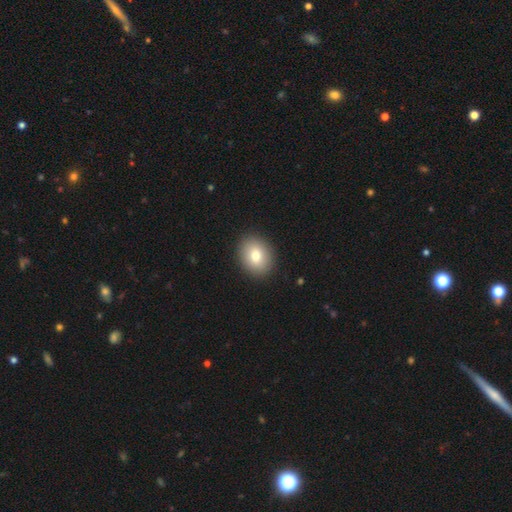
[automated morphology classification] The model was most divided on "how rounded": in between: 50%, round: 49%, cigar-shaped: 1%. More confident: merging — none (90%); smooth or featured — smooth (78%).